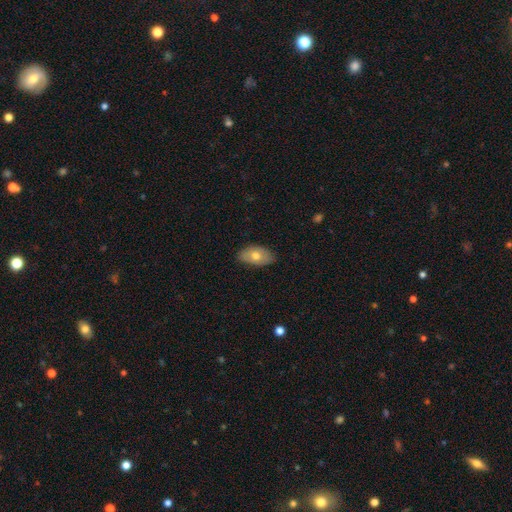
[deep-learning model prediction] A smooth galaxy with no disk features (69%) that is in between round and cigar-shaped (92%). Merging: none (79%).